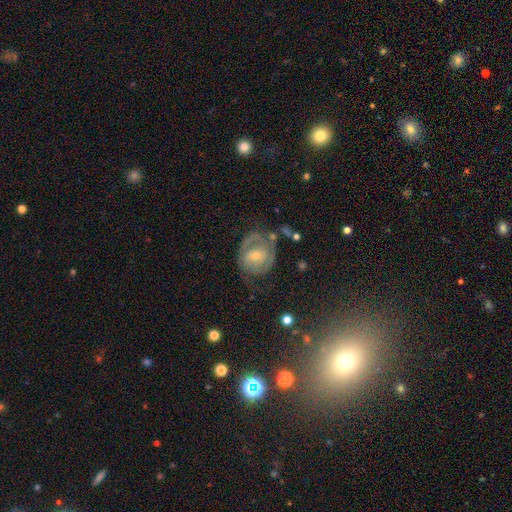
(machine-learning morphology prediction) Overall: featured or disk (70%). Edge-on disk: no (97%). Bar: no (51%; weak 38%). Spiral arms: yes (79%). Spiral arm count: 2 (41%; can't tell 37%). Spiral winding: tight (59%; medium 30%). Bulge size: small (54%; moderate 42%). Merging: none (60%; minor disturbance 22%).